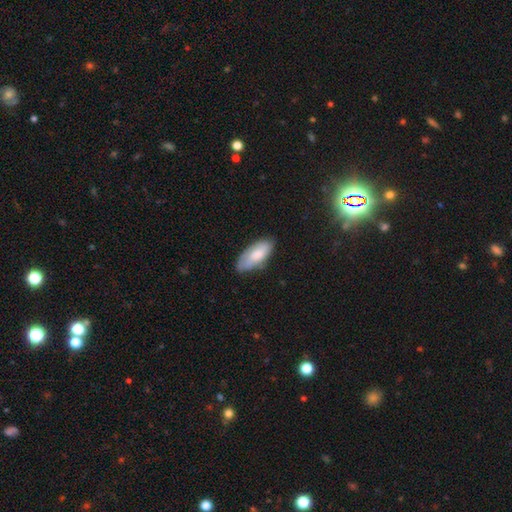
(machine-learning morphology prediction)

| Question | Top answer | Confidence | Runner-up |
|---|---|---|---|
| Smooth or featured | smooth | 72% | featured or disk (23%) |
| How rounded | in between | 88% | cigar-shaped (10%) |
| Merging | none | 73% | minor disturbance (22%) |